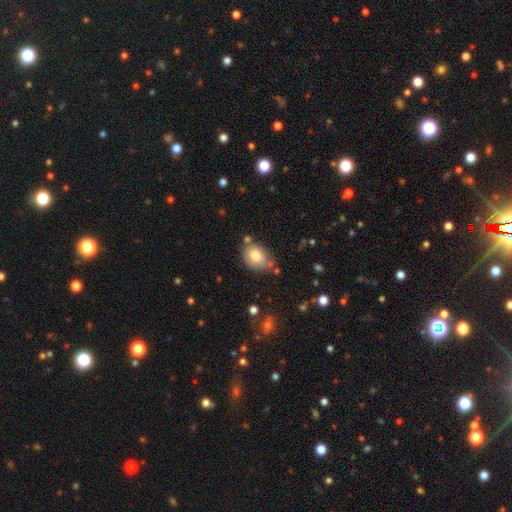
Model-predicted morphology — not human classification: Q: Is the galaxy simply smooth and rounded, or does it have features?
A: smooth — 79%.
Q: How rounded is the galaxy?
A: in between — 67%.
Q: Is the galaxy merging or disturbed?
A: none — 53%.